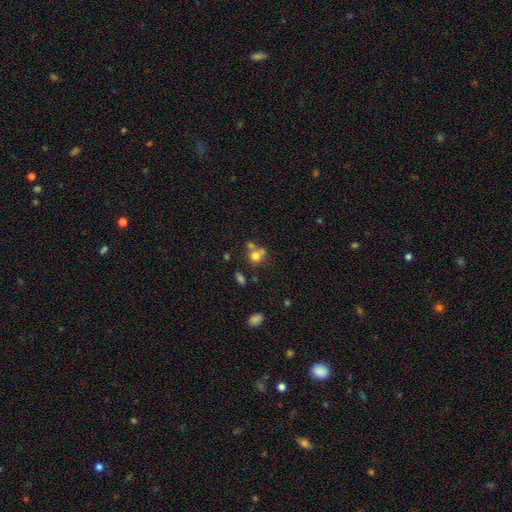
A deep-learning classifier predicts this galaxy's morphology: smooth_or_featured: smooth (p=0.71) [alt: featured or disk p=0.15]
how_rounded: round (p=0.77) [alt: in between p=0.21]
merging: none (p=0.44) [alt: merger p=0.42]